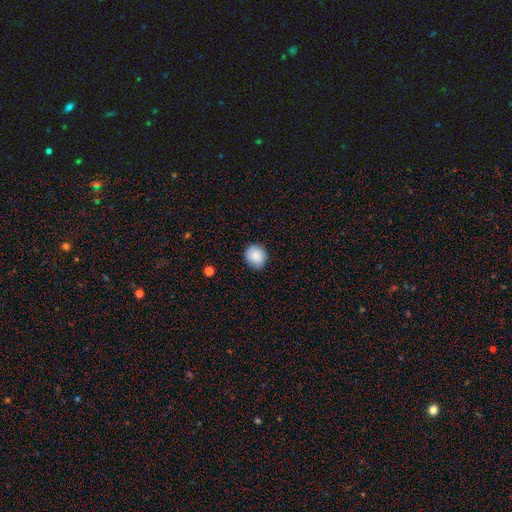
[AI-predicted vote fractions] Q: Smooth or featured?
A: smooth (86%); runner-up: star or artifact (8%)
Q: How rounded?
A: round (79%); runner-up: in between (20%)
Q: Merging?
A: none (82%); runner-up: minor disturbance (14%)